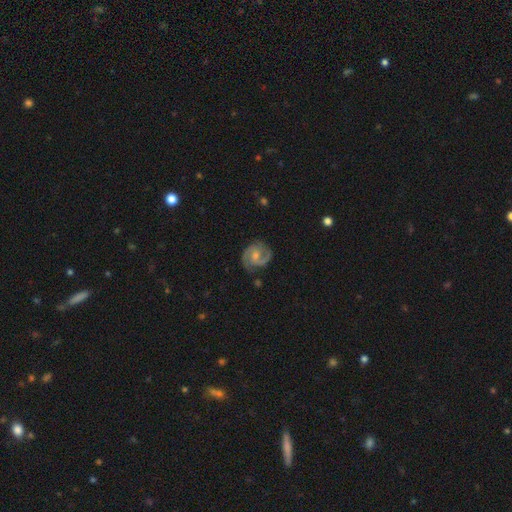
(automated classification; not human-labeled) Overall: featured or disk (85%). Edge-on disk: no (98%). Bar: weak (46%; no 44%). Spiral arms: yes (97%). Spiral arm count: 2 (87%). Spiral winding: medium (54%; tight 32%). Bulge size: small (46%; moderate 44%). Merging: none (75%).